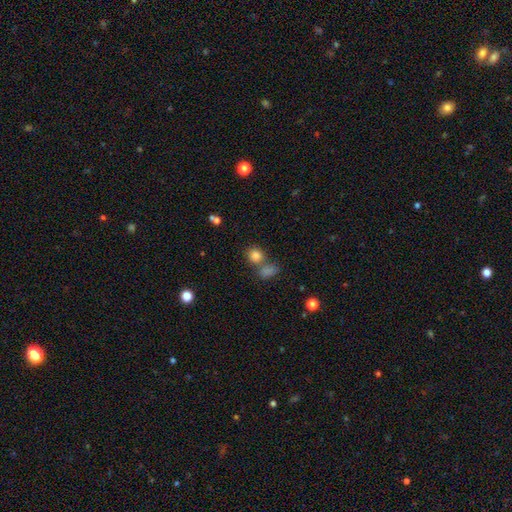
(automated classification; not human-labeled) A smooth galaxy with no disk features (82%) that is round (76%). Merging: none (55%).